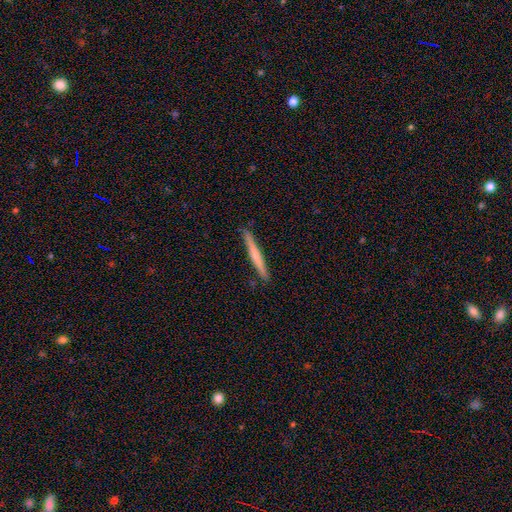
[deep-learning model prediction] A smooth galaxy with no disk features (56%) that is cigar-shaped (97%). Merging: none (91%).